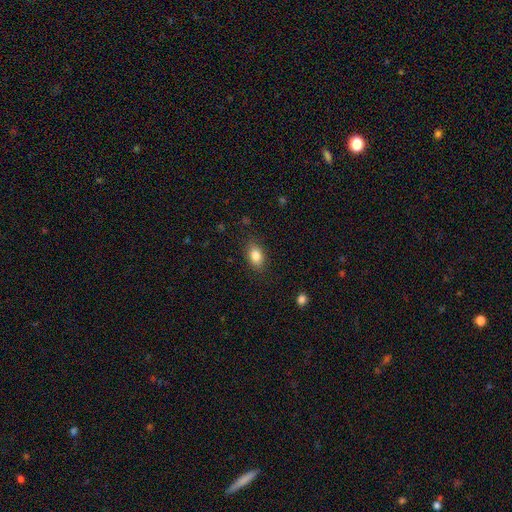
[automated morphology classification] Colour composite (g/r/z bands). It shows a smooth galaxy with no disk features (84%) that is in between round and cigar-shaped (82%). Merging: none (85%).